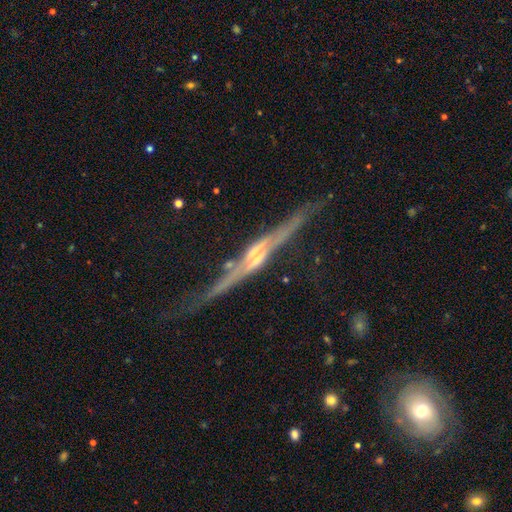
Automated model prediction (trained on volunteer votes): Overall: featured or disk (87%). Edge-on disk: yes (93%). Edge-on bulge: rounded (69%). Merging: none (73%).